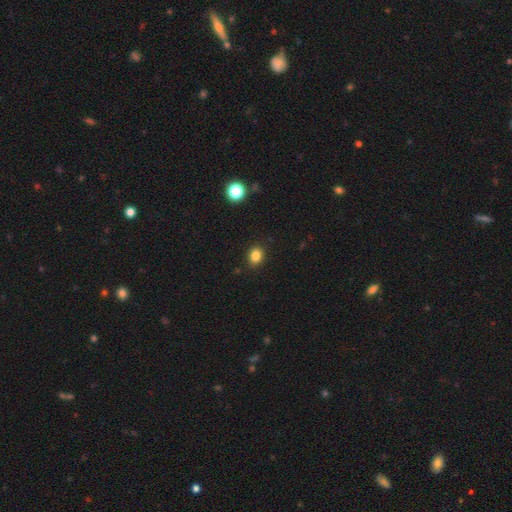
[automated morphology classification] This is clearly a smooth galaxy (83%). How rounded: possibly round (55%). Merging: clearly none (89%).